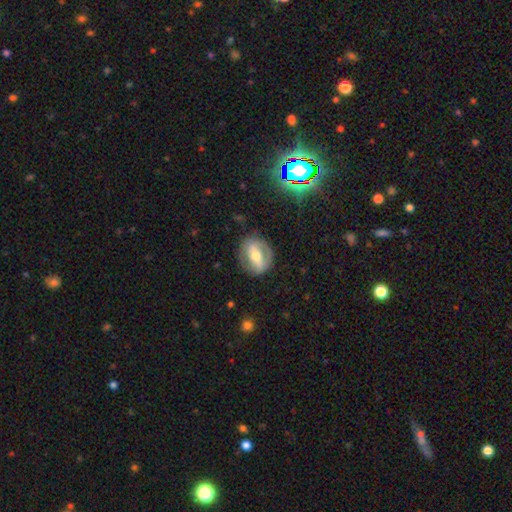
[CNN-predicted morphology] This is likely a featured or disk galaxy (64%). It is clearly not viewed edge-on (86%). Bar: likely strong (64%). Spiral arm pattern: likely no (63%). Central bulge: likely moderate (67%). Merging: clearly none (81%).